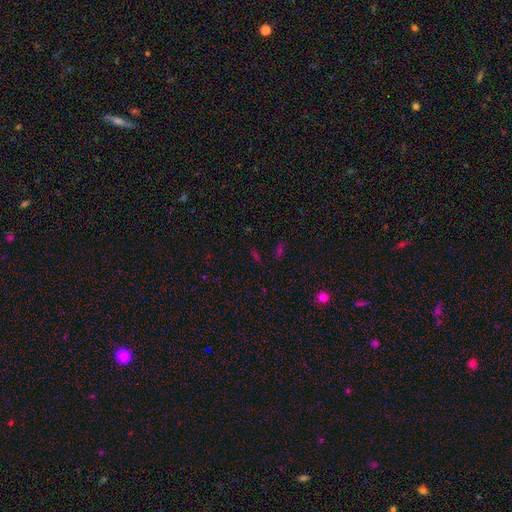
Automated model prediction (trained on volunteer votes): Q: Smooth or featured?
A: star or artifact (50%); runner-up: smooth (36%)